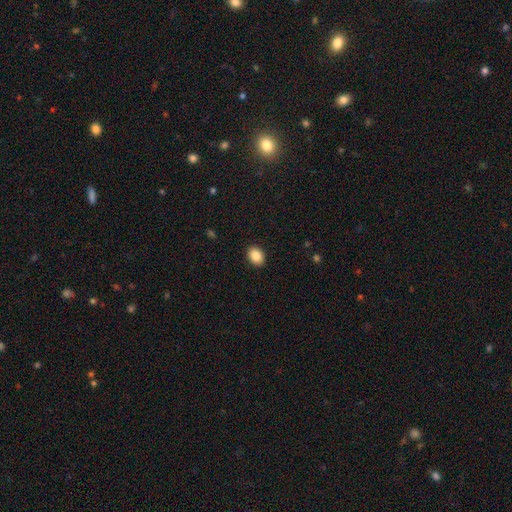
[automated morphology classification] type=smooth (87%); roundness=in between (67%); merging=none (91%).